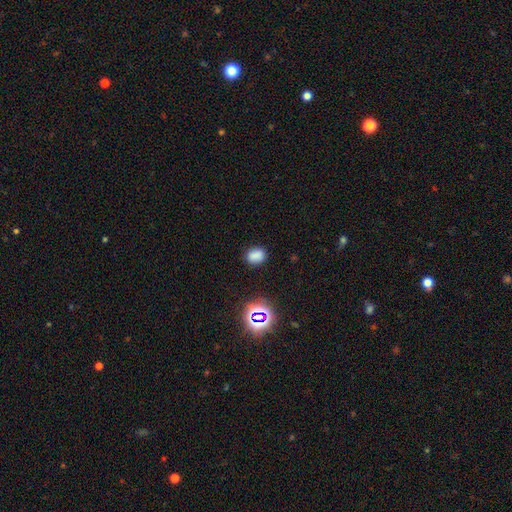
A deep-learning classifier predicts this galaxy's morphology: Smooth or featured? smooth (76%)
How rounded? in between (59%)
Merging? none (82%)